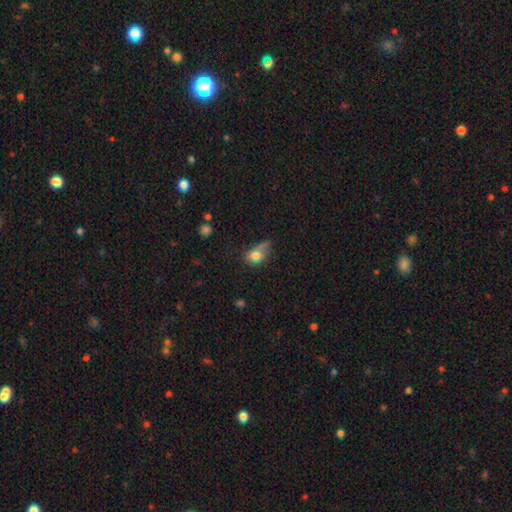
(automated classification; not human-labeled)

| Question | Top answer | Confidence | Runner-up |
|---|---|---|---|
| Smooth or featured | smooth | 77% | featured or disk (13%) |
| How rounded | in between | 51% | round (46%) |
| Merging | none | 34% | minor disturbance (27%) |